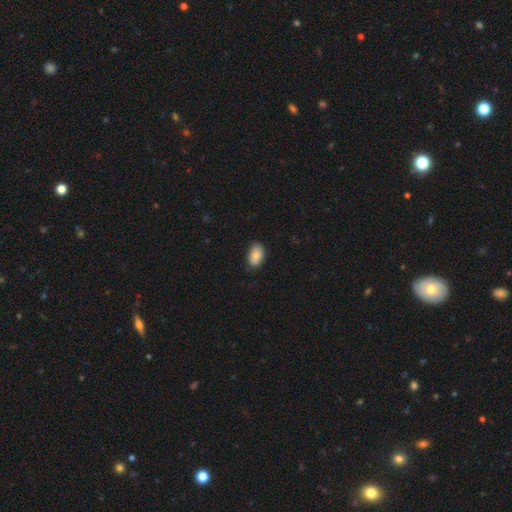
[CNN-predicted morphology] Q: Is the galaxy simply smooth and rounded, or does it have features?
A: smooth — 88%.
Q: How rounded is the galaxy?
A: in between — 93%.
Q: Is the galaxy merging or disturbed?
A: none — 84%.